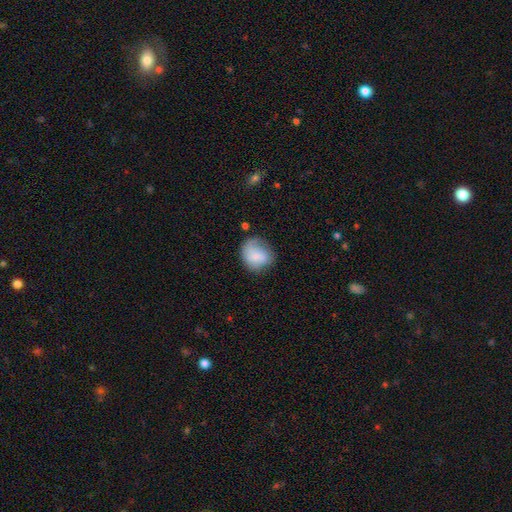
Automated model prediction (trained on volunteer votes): A smooth galaxy with no disk features (75%) that is round (66%).

Vote fractions:
- Smooth or featured? smooth: 75% / featured or disk: 18% / star or artifact: 7%
- How rounded? round: 66% / in between: 33% / cigar-shaped: 1%
- Merging? none: 52% / minor disturbance: 31% / major disturbance: 14% / merger: 3%